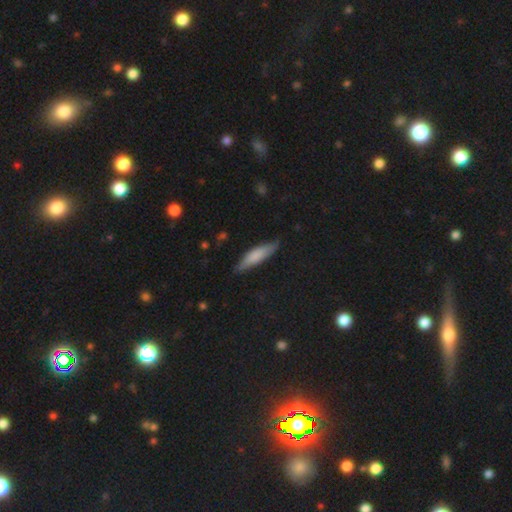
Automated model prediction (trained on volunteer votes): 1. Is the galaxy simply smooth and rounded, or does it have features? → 75% smooth, 20% featured or disk, 6% star or artifact.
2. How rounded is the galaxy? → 69% cigar-shaped, 29% in between, 2% round.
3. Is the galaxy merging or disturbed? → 78% none, 17% minor disturbance, 3% major disturbance, 1% merger.